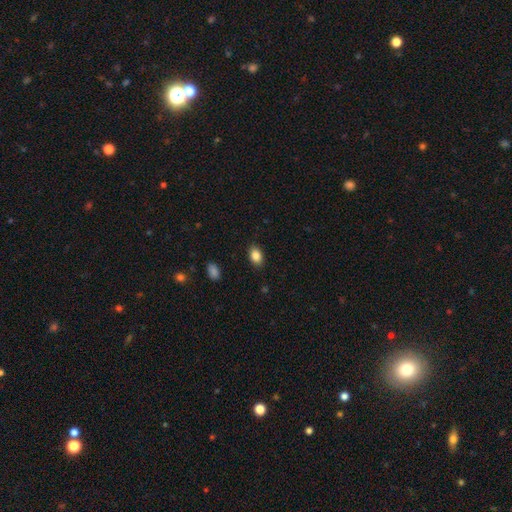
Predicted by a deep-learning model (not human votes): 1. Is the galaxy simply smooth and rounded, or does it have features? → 86% smooth, 8% star or artifact, 5% featured or disk.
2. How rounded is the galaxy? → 84% in between, 15% round, 1% cigar-shaped.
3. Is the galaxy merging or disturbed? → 88% none, 9% minor disturbance, 2% major disturbance, 1% merger.